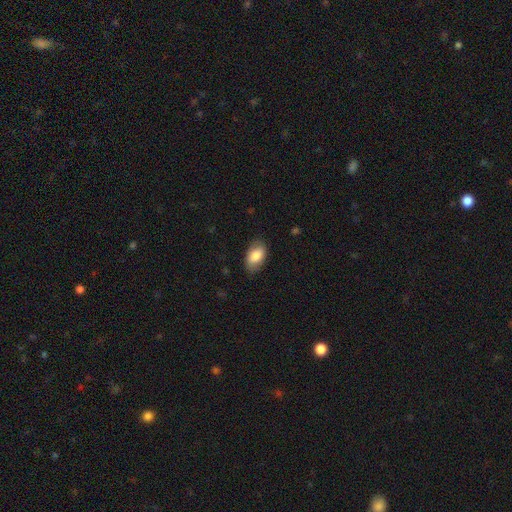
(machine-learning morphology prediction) Overall: smooth (83%). How rounded: in between (93%). Merging: none (81%).